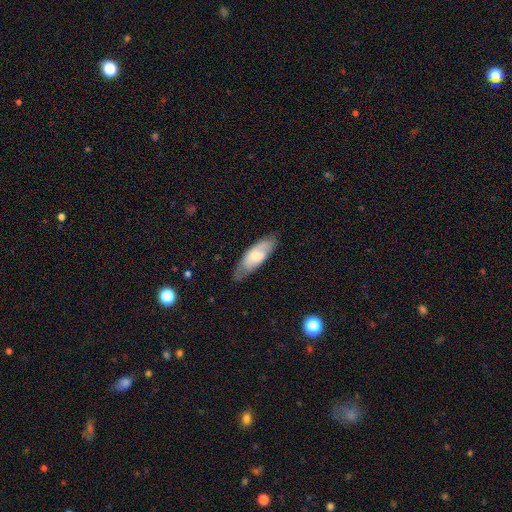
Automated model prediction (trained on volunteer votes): Smooth or featured: smooth — 61% (featured or disk — 33%)
How rounded: in between — 68% (cigar-shaped — 31%)
Merging: none — 69% (minor disturbance — 24%)